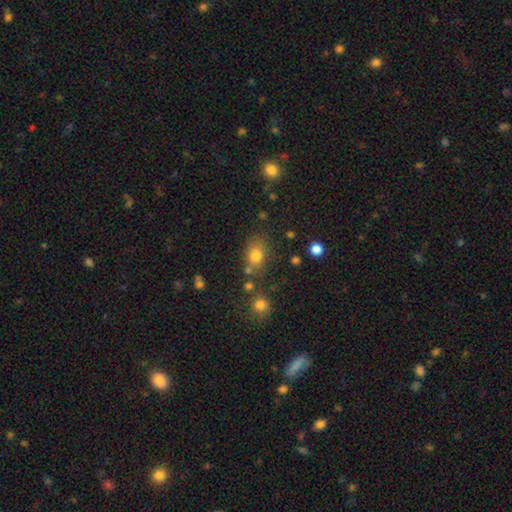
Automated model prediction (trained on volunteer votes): smooth_or_featured: smooth (p=0.78) [alt: star or artifact p=0.14]
how_rounded: in between (p=0.61) [alt: round p=0.37]
merging: none (p=0.66) [alt: minor disturbance p=0.16]